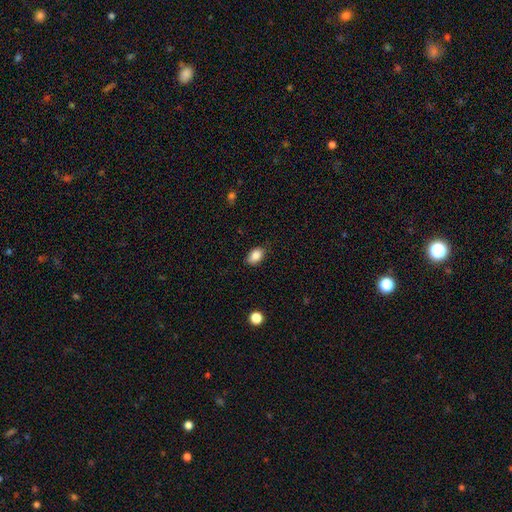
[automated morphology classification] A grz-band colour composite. It shows a smooth galaxy with no disk features (87%) that is in between round and cigar-shaped (84%). Merging: none (82%).